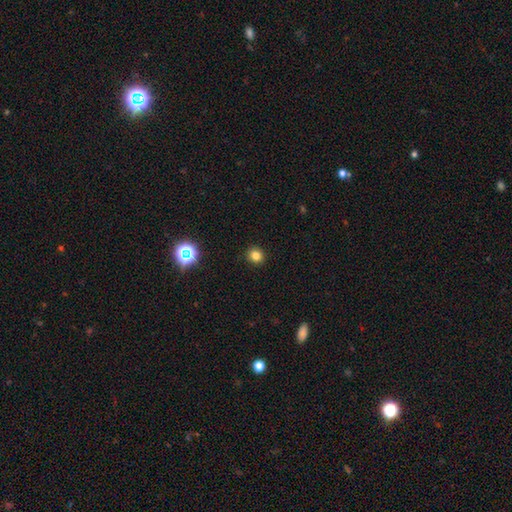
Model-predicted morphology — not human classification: A smooth galaxy with no disk features (79%) that is round (88%). Merging: none (92%).